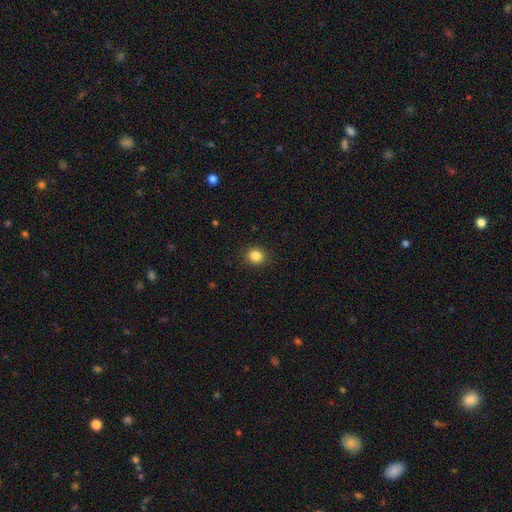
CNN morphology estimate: A smooth galaxy with no disk features (85%) that is round (88%).

Vote fractions:
- Smooth or featured? smooth: 85% / star or artifact: 11% / featured or disk: 4%
- How rounded? round: 88% / in between: 11% / cigar-shaped: 1%
- Merging? none: 91% / minor disturbance: 6% / major disturbance: 2% / merger: 1%